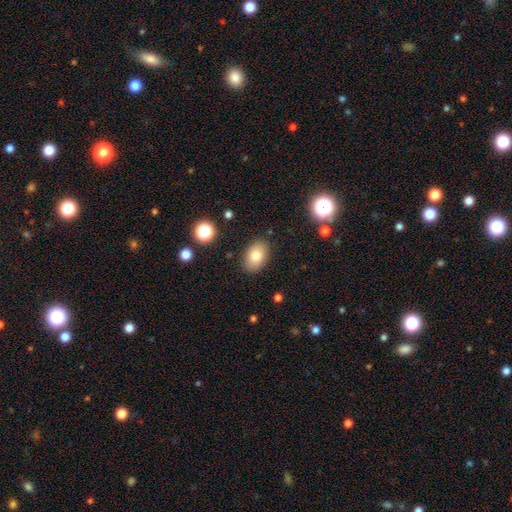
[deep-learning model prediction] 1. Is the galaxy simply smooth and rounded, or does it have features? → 78% smooth, 13% featured or disk, 9% star or artifact.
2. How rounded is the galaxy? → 86% in between, 13% round, 1% cigar-shaped.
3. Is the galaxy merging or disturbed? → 86% none, 10% minor disturbance, 3% major disturbance, 2% merger.